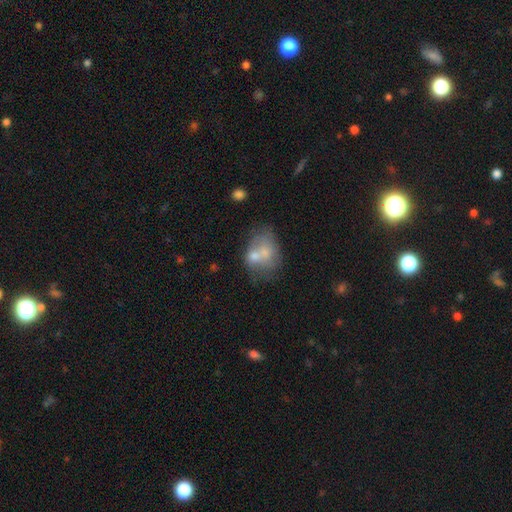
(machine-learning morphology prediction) The model was most divided on "merging": merger: 44%, none: 33%, minor disturbance: 14%, major disturbance: 9%. More confident: how rounded — in between (62%); smooth or featured — smooth (52%).